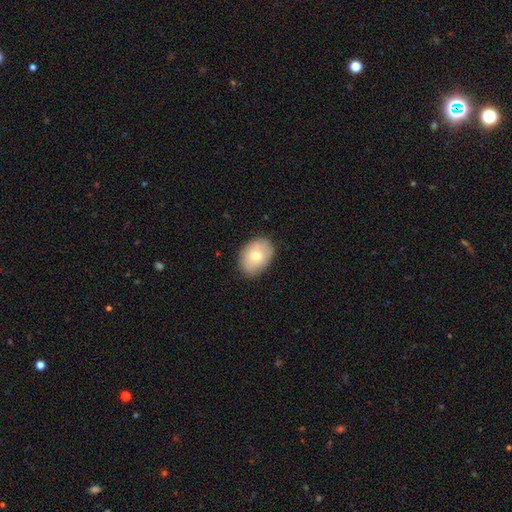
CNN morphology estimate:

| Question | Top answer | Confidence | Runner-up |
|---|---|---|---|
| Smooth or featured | smooth | 71% | featured or disk (21%) |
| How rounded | in between | 78% | round (21%) |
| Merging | none | 83% | minor disturbance (13%) |